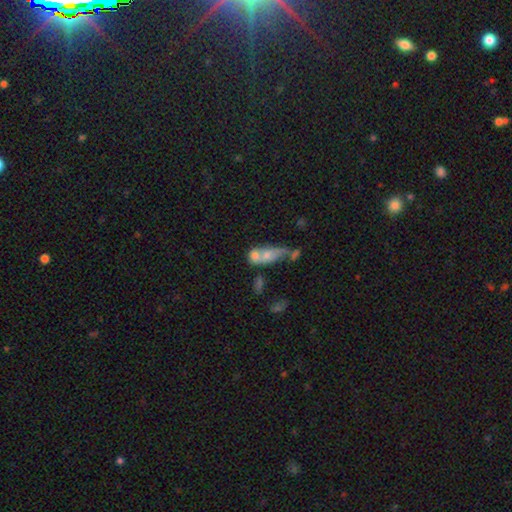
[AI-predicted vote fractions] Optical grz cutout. It shows a smooth galaxy with no disk features (60%) that is in between round and cigar-shaped (70%). Merging: merger (60%).